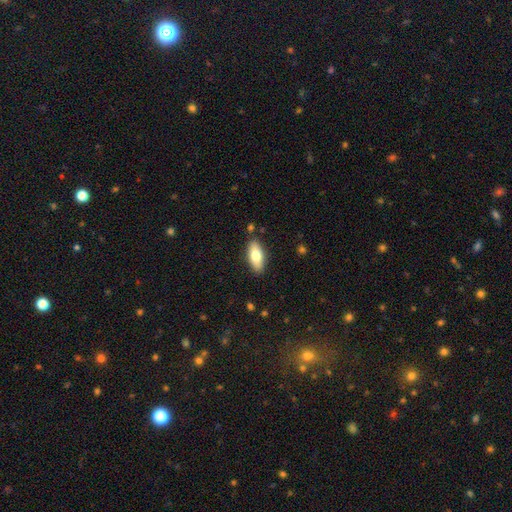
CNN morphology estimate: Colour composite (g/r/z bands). It shows a smooth galaxy with no disk features (73%) that is in between round and cigar-shaped (83%). Merging: none (86%).